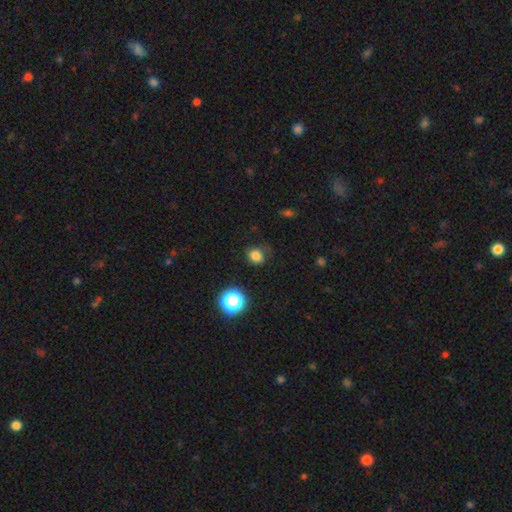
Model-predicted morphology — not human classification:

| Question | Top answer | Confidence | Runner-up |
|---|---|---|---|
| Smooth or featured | smooth | 80% | star or artifact (14%) |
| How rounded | round | 76% | in between (23%) |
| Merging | none | 69% | minor disturbance (21%) |